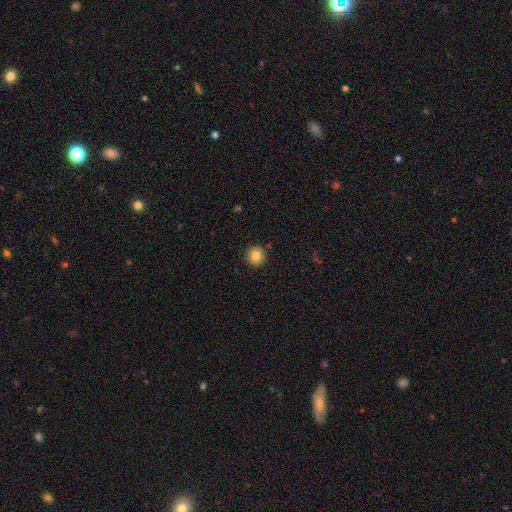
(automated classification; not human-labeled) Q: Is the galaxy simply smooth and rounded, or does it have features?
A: smooth — 84%.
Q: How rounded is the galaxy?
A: round — 93%.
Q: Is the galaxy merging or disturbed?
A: none — 91%.